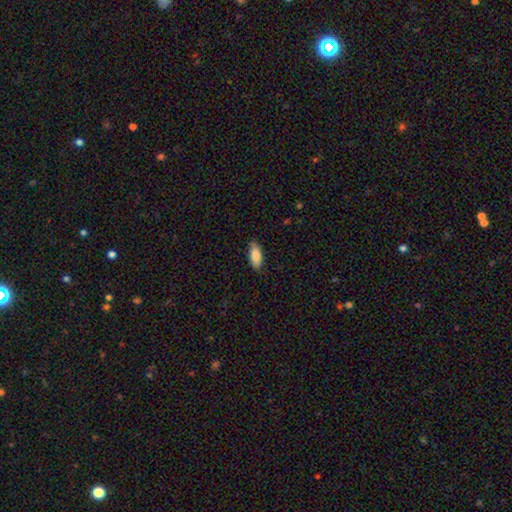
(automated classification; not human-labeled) A smooth galaxy with no disk features (86%) that is in between round and cigar-shaped (80%).

Vote fractions:
- Smooth or featured? smooth: 86% / featured or disk: 8% / star or artifact: 6%
- How rounded? in between: 80% / cigar-shaped: 18% / round: 2%
- Merging? none: 81% / minor disturbance: 15% / major disturbance: 2% / merger: 1%